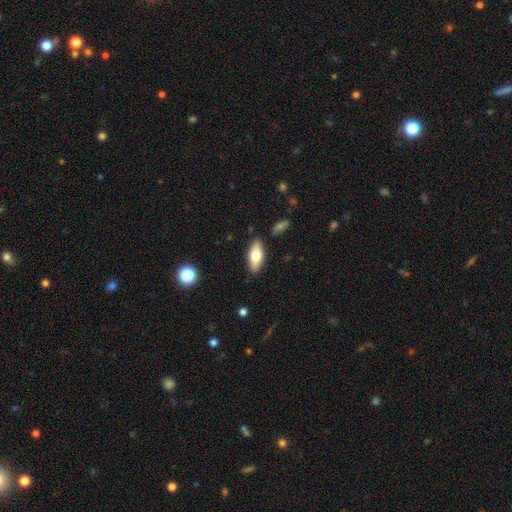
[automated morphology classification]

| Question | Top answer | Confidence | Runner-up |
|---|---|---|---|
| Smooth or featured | smooth | 72% | featured or disk (22%) |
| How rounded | in between | 79% | cigar-shaped (18%) |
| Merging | none | 86% | minor disturbance (9%) |